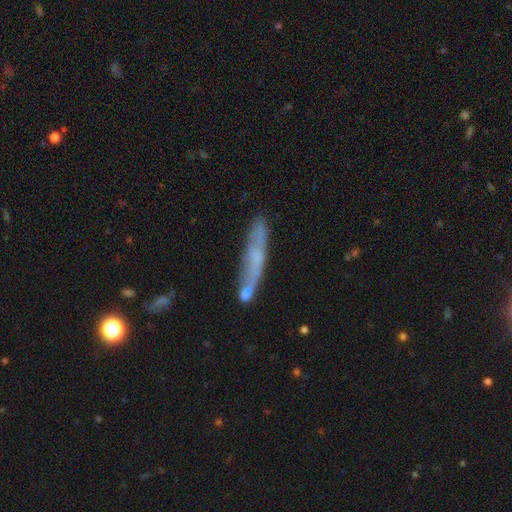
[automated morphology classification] A smooth galaxy with no disk features (49%). Merging: none (61%).